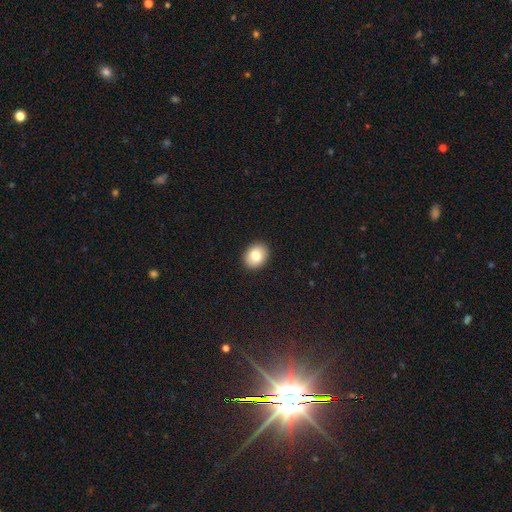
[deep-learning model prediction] Q: Smooth or featured?
A: smooth (81%); runner-up: featured or disk (11%)
Q: How rounded?
A: in between (55%); runner-up: round (44%)
Q: Merging?
A: none (91%); runner-up: minor disturbance (6%)